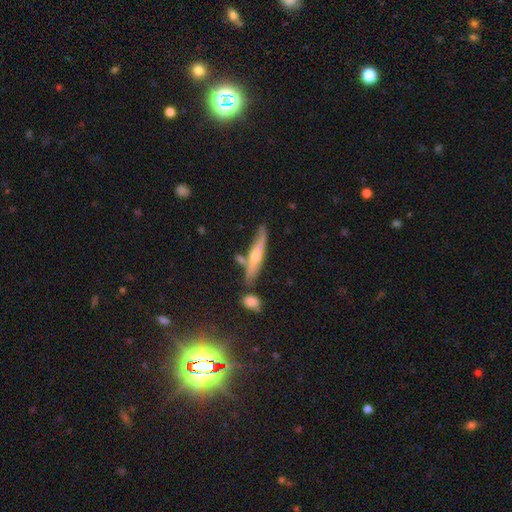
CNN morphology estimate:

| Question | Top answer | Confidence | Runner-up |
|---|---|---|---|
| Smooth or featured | featured or disk | 56% | smooth (33%) |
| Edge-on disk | yes | 90% | no (10%) |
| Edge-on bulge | rounded | 82% | none (12%) |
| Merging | none | 71% | minor disturbance (15%) |